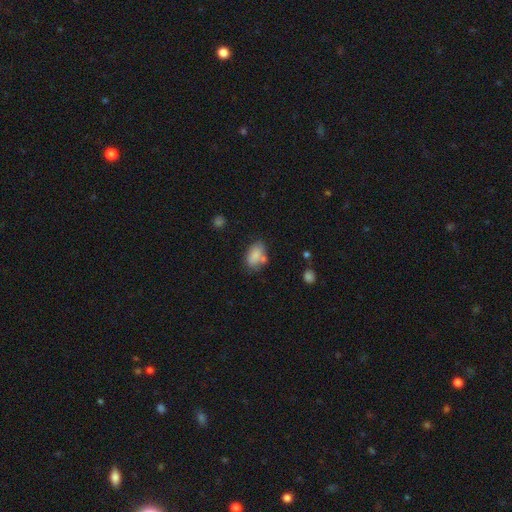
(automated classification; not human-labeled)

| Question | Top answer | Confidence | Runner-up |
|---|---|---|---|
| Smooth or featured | smooth | 81% | featured or disk (10%) |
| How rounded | in between | 88% | round (10%) |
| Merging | none | 55% | minor disturbance (21%) |